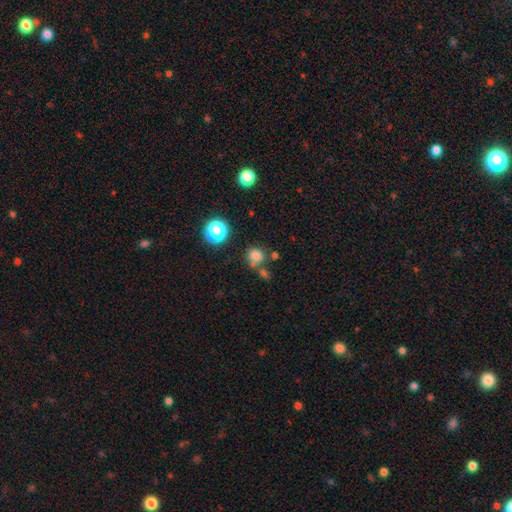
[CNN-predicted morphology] This appears to be a smooth galaxy with no disk features (76%) that is round (78%). Merging: none (56%).